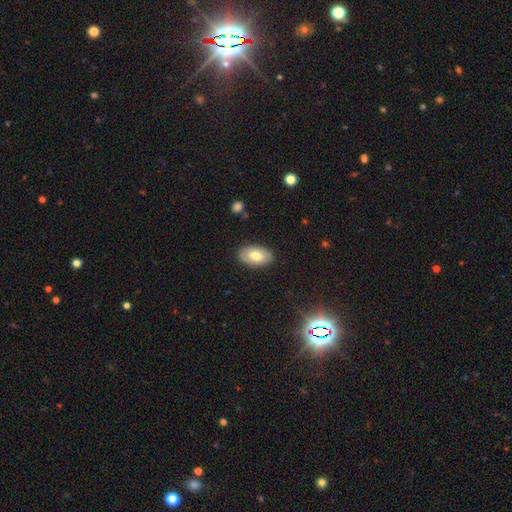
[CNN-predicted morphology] type=smooth (70%); roundness=in between (94%); merging=none (85%).